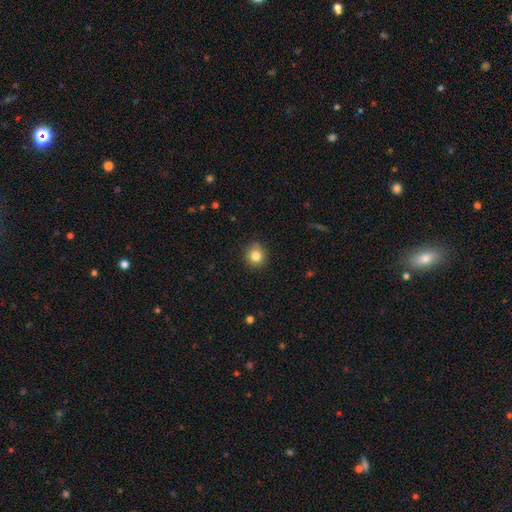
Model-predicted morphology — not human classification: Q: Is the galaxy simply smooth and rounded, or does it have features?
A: smooth — 83%.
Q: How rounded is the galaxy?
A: round — 90%.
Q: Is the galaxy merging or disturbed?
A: none — 88%.